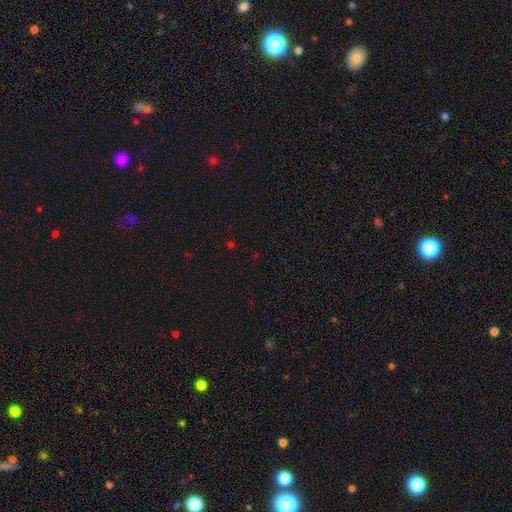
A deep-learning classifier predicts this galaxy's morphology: Overall: star or artifact (64%; smooth 29%).